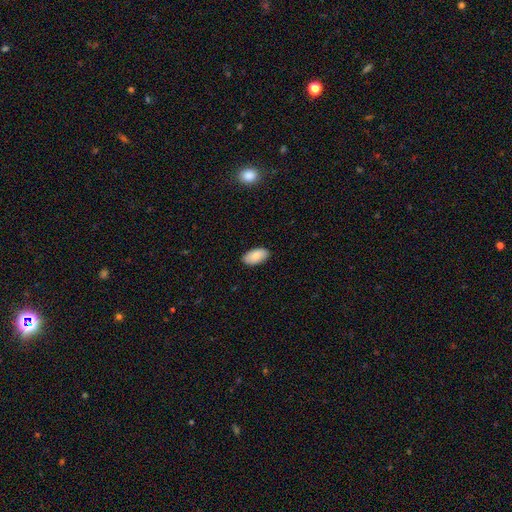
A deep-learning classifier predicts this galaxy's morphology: Smooth or featured? Predicted: smooth (p=0.82). How rounded? Predicted: in between (p=0.95). Merging? Predicted: none (p=0.88).